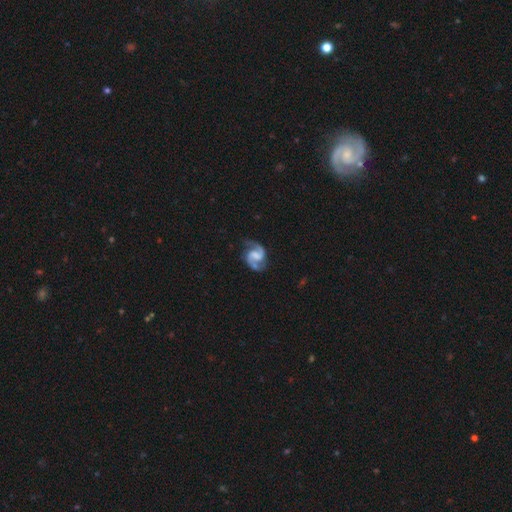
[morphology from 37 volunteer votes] Smooth or featured: featured or disk — 89% (smooth — 8%)
Edge-on disk: no — 100%
Bar: weak — 45% (strong — 30%)
Spiral arms: yes — 97% (no — 3%)
Spiral winding: medium — 69% (loose — 19%)
Spiral arm count: 2 — 94% (1 — 3%)
Bulge size: none — 58% (moderate — 18%)
Merging: none — 81% (minor disturbance — 8%)